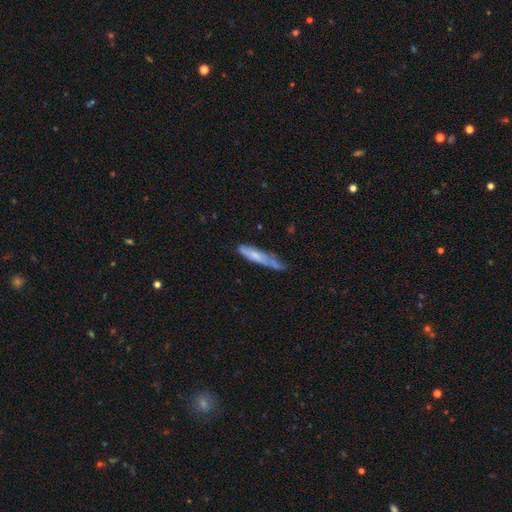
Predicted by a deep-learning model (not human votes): This appears to be a smooth galaxy with no disk features (55%) that is cigar-shaped (84%). Merging: none (51%).